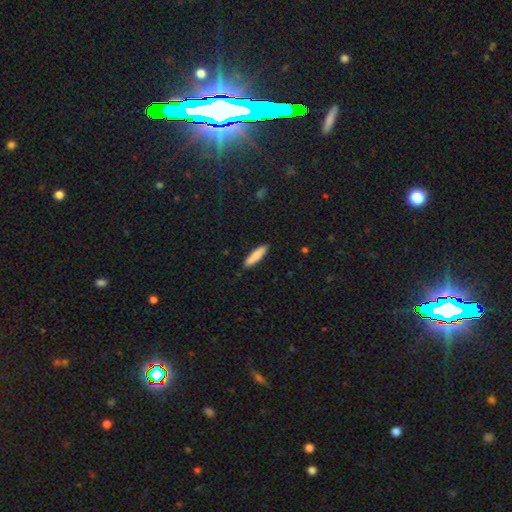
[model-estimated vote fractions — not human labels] smooth-or-featured: smooth: 84% | featured or disk: 10% | star or artifact: 6%
  how-rounded: cigar-shaped: 79% | in between: 19% | round: 1%
  merging: none: 89% | minor disturbance: 9% | major disturbance: 2% | merger: 1%